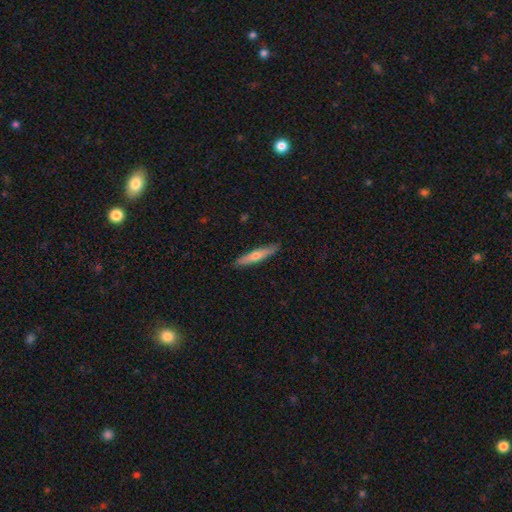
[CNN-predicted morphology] The model was most divided on "smooth or featured": smooth: 50%, featured or disk: 44%, star or artifact: 6%. More confident: merging — none (90%).